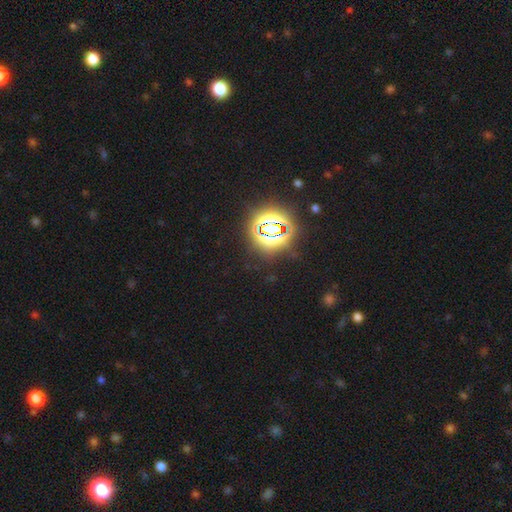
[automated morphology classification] Smooth or featured? Predicted: star or artifact (p=0.83).